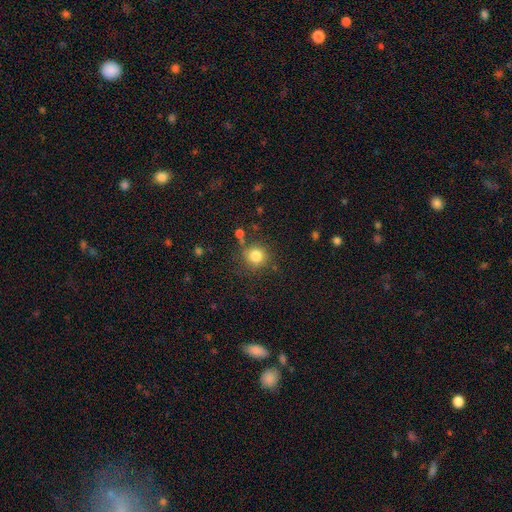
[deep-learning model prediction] A smooth galaxy with no disk features (82%) that is round (91%). Merging: none (79%).